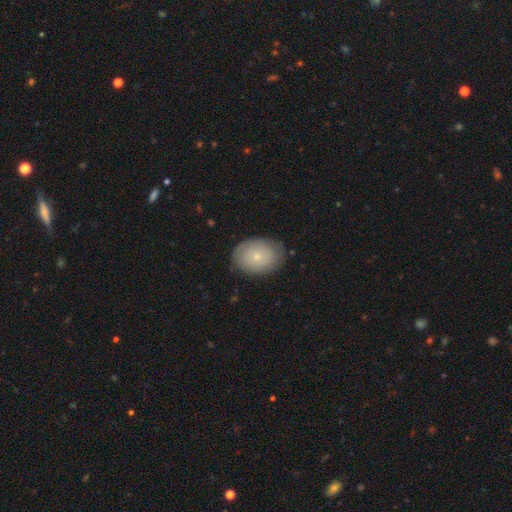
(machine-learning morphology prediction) The model was most divided on "smooth or featured": smooth: 70%, featured or disk: 23%, star or artifact: 7%. More confident: merging — none (80%); how rounded — in between (76%).